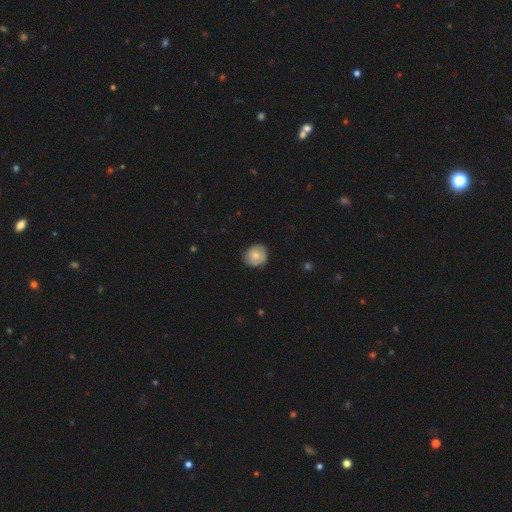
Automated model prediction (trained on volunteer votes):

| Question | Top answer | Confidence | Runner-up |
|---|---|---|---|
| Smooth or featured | smooth | 68% | featured or disk (25%) |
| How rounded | round | 85% | in between (14%) |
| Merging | none | 79% | minor disturbance (17%) |